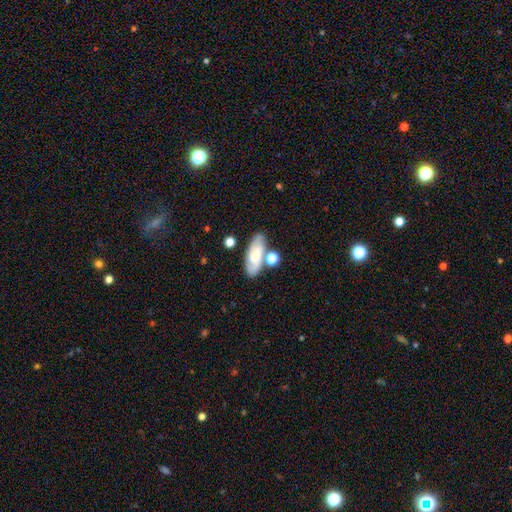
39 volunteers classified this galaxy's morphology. type=smooth (54%); roundness=in between (71%); merging=none (56%).